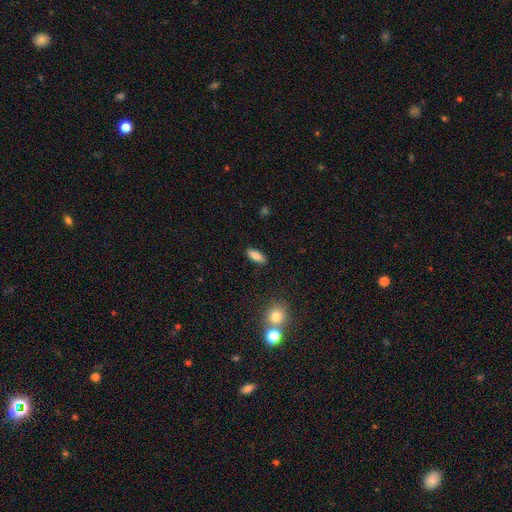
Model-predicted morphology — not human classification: smooth 81%, featured or disk 11%, star or artifact 8%. Down the decision tree: how rounded — in between (70%); merging — none (89%).